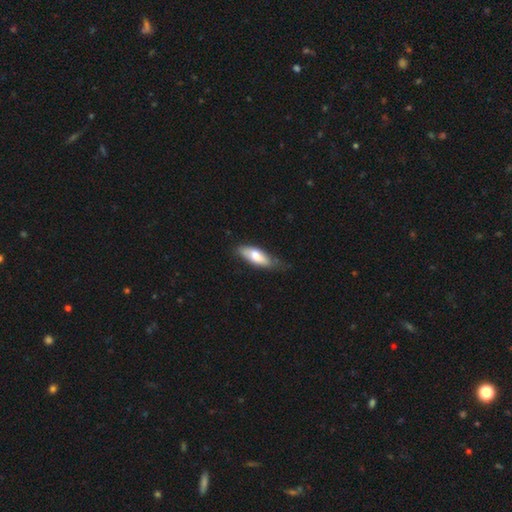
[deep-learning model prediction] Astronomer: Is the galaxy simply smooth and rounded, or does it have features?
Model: smooth — 72%.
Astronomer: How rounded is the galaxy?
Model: in between — 65%.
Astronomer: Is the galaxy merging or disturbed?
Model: none — 60%.